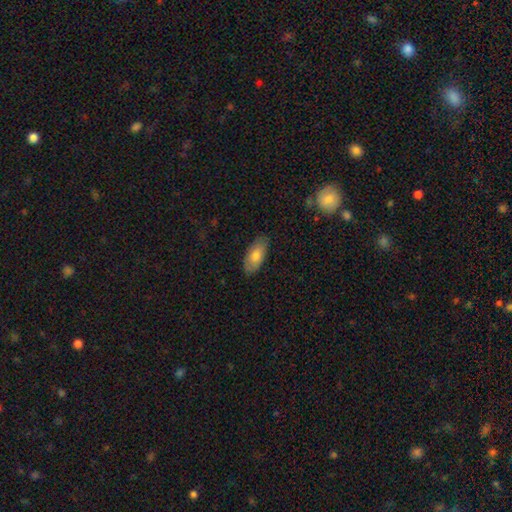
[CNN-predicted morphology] Smooth or featured? smooth (77%)
How rounded? in between (88%)
Merging? none (82%)